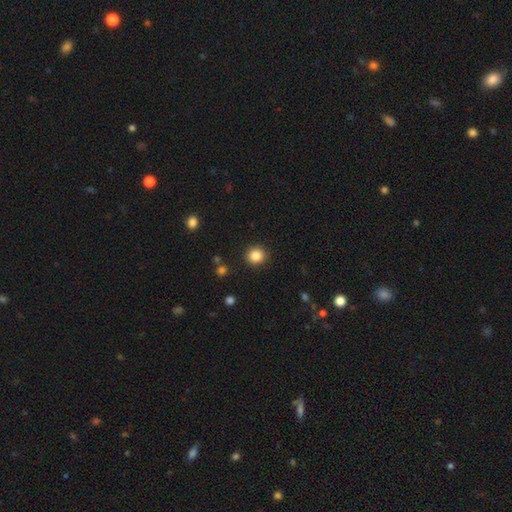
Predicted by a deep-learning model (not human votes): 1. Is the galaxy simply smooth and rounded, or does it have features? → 86% smooth, 10% star or artifact, 4% featured or disk.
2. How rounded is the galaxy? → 92% round, 7% in between, 1% cigar-shaped.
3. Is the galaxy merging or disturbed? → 91% none, 6% minor disturbance, 2% major disturbance, 1% merger.